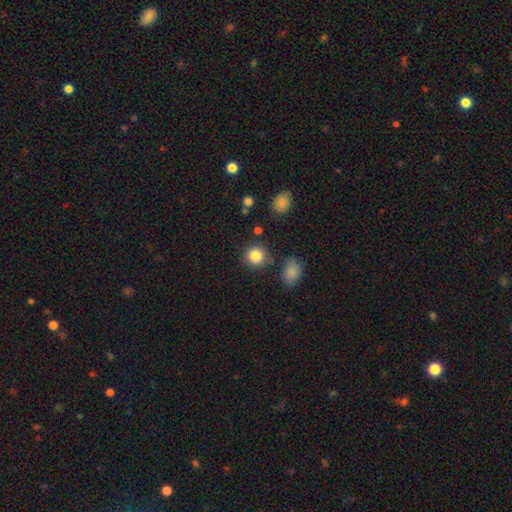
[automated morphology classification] This is clearly a smooth galaxy (85%). How rounded: clearly round (90%). Merging: clearly none (83%).